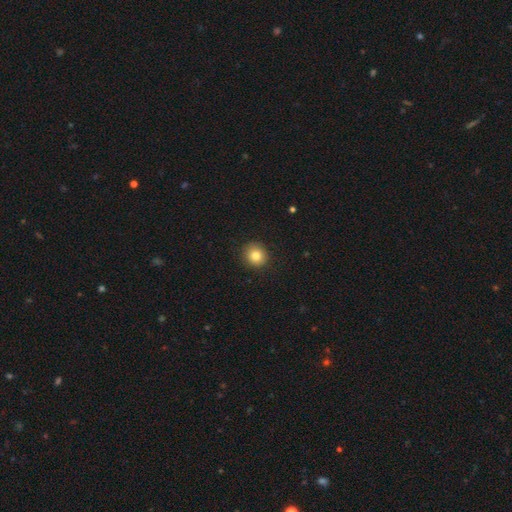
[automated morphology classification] Q: Smooth or featured?
A: smooth (82%); runner-up: star or artifact (10%)
Q: How rounded?
A: round (89%); runner-up: in between (10%)
Q: Merging?
A: none (90%); runner-up: minor disturbance (7%)